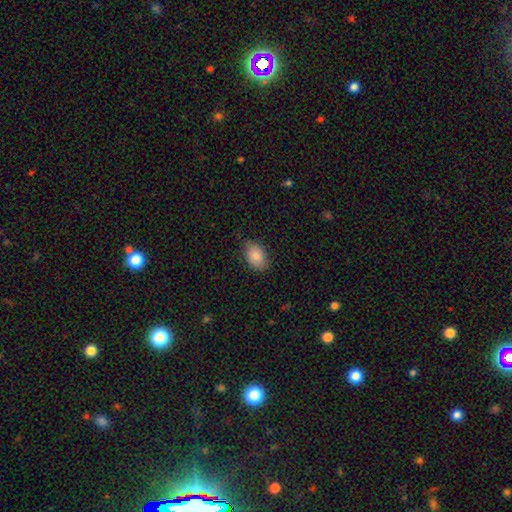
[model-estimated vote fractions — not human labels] This appears to be a smooth galaxy with no disk features (82%) that is in between round and cigar-shaped (88%). Merging: none (79%).